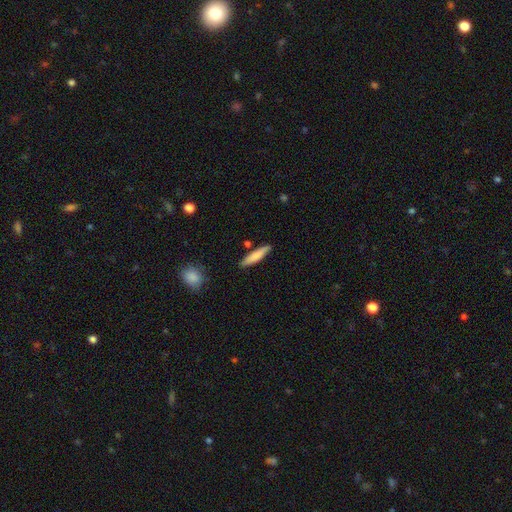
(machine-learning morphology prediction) This is likely a smooth galaxy (77%). How rounded: clearly cigar-shaped (83%). Merging: clearly none (83%).